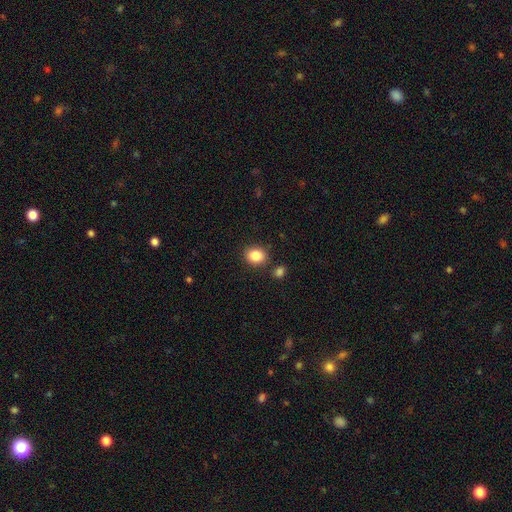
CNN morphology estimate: smooth 86%, star or artifact 9%, featured or disk 5%. Down the decision tree: how rounded — round (59%); merging — none (83%).